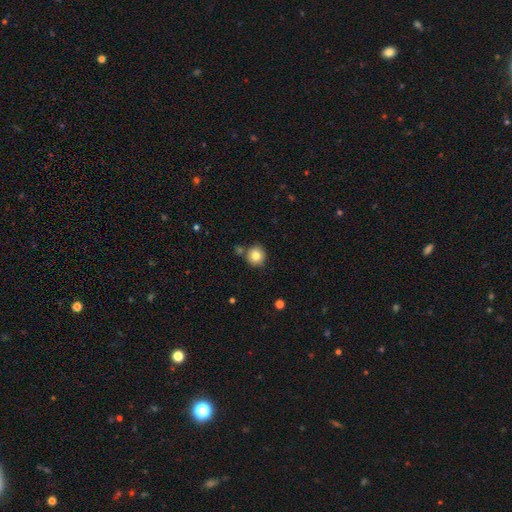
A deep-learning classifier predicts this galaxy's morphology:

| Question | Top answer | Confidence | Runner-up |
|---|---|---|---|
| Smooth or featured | smooth | 82% | star or artifact (10%) |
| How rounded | round | 93% | in between (6%) |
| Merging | none | 79% | merger (9%) |